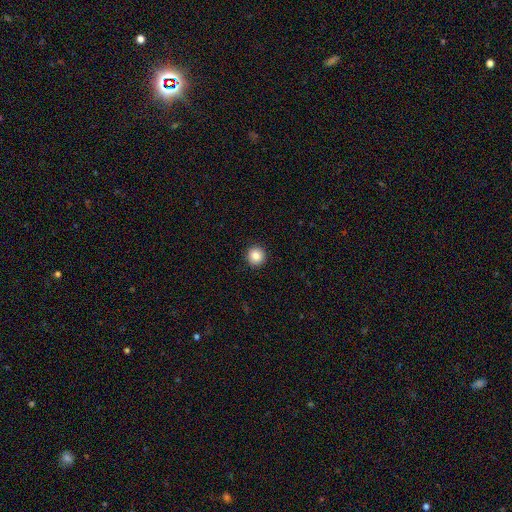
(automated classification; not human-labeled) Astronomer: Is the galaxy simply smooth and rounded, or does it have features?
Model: smooth — 85%.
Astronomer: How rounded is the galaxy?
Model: round — 95%.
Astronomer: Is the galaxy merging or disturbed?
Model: none — 93%.